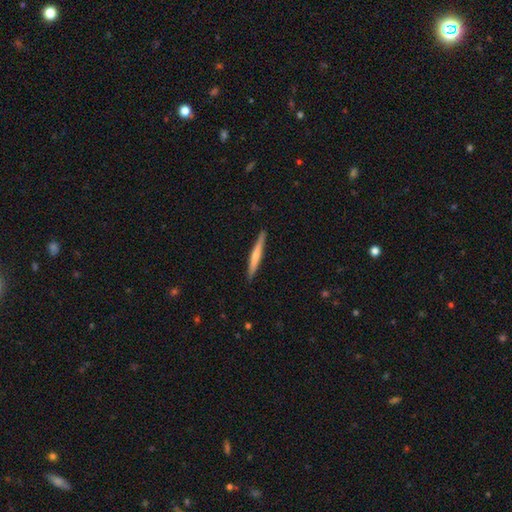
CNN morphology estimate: Smooth or featured? Predicted: smooth (p=0.54). How rounded? Predicted: cigar-shaped (p=0.96). Merging? Predicted: none (p=0.90).